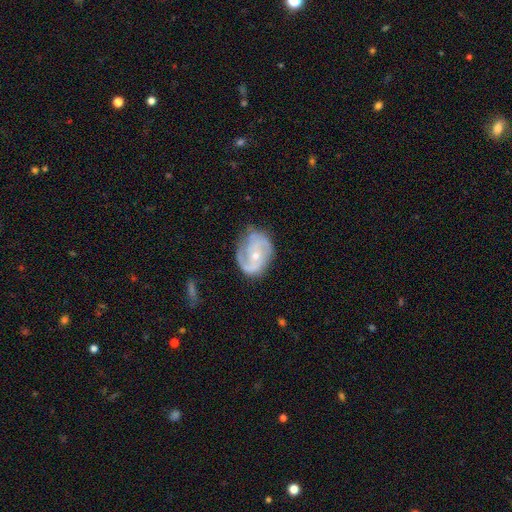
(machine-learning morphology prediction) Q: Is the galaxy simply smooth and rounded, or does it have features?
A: featured or disk — 83%.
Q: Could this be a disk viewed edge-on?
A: no — 97%.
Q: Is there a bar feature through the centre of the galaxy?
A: no — 63%.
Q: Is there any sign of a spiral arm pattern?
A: yes — 94%.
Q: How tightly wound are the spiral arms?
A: medium — 47%.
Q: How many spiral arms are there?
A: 2 — 70%.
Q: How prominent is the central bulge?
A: small — 60%.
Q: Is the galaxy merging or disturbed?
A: none — 64%.